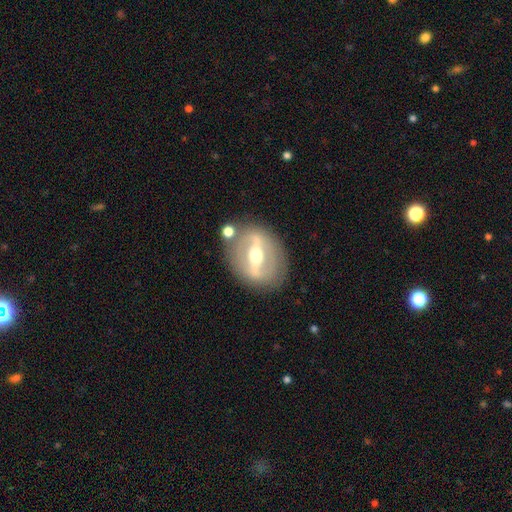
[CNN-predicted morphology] type=featured or disk (77%); edge-on=no (82%); bar=strong (74%); spiral arms=no (70%); bulge=moderate (74%); merging=none (79%).